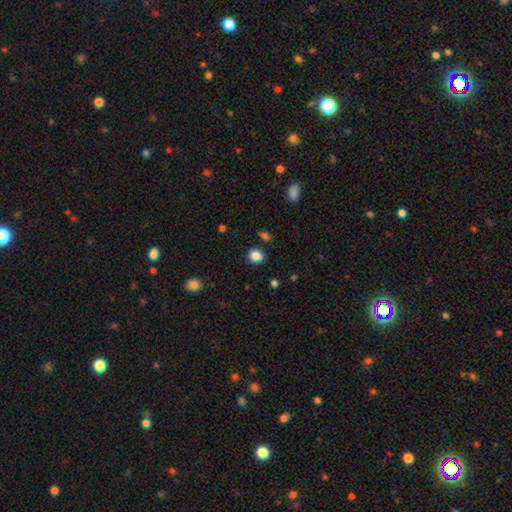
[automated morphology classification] Smooth or featured?
  - smooth: 86% *
  - star or artifact: 10%
  - featured or disk: 3%
How rounded?
  - round: 77% *
  - in between: 22%
  - cigar-shaped: 1%
Merging?
  - none: 88% *
  - minor disturbance: 8%
  - merger: 3%
  - major disturbance: 2%